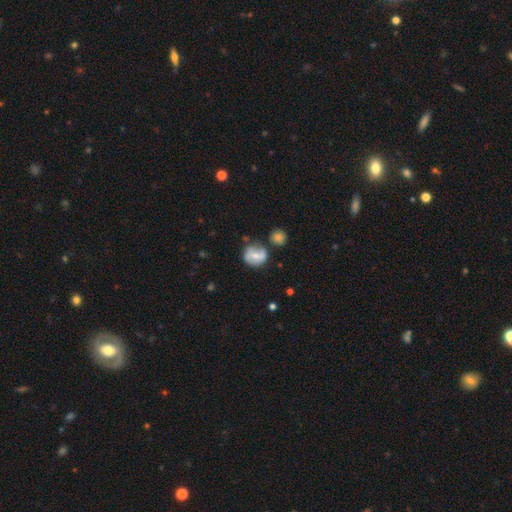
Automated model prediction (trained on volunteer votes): This is possibly a smooth galaxy (49%). Merging: likely none (61%).